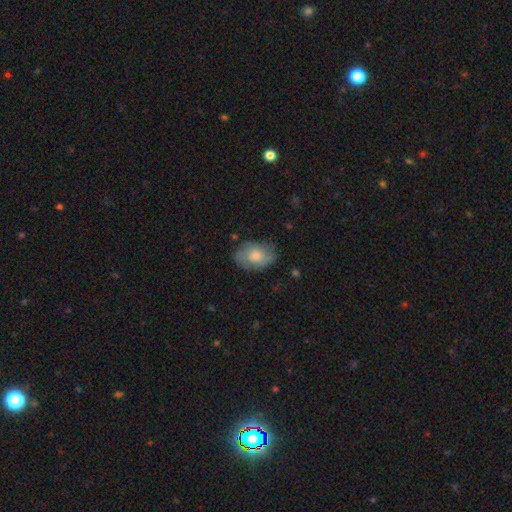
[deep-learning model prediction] smooth 68%, featured or disk 26%, star or artifact 7%. Down the decision tree: how rounded — in between (81%); merging — none (69%).